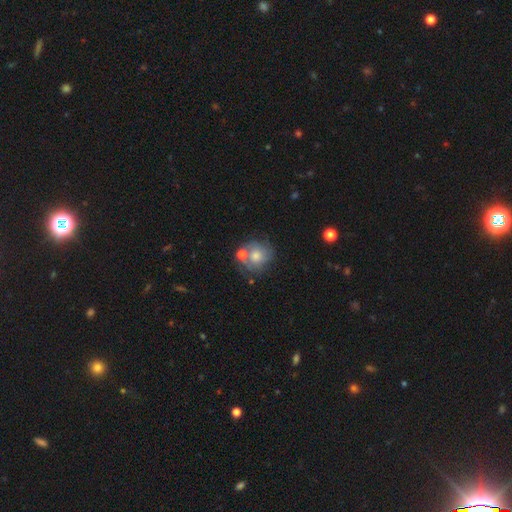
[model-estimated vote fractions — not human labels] smooth-or-featured: featured or disk: 44% (tied) | smooth: 44% (tied) | star or artifact: 12%
  merging: none: 60% | minor disturbance: 17% | merger: 16% | major disturbance: 7%